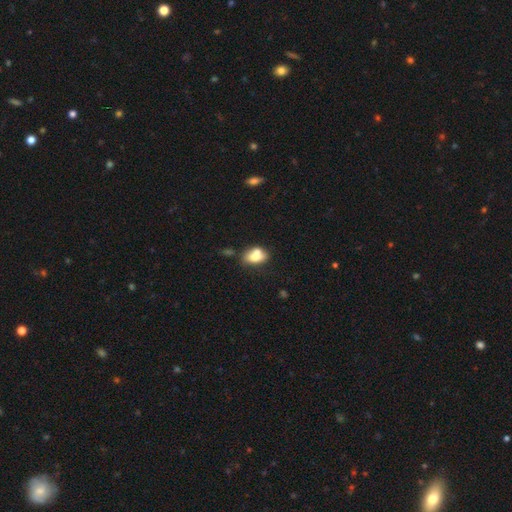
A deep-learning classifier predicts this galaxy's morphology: type=smooth (70%); roundness=in between (78%); merging=merger (39%).